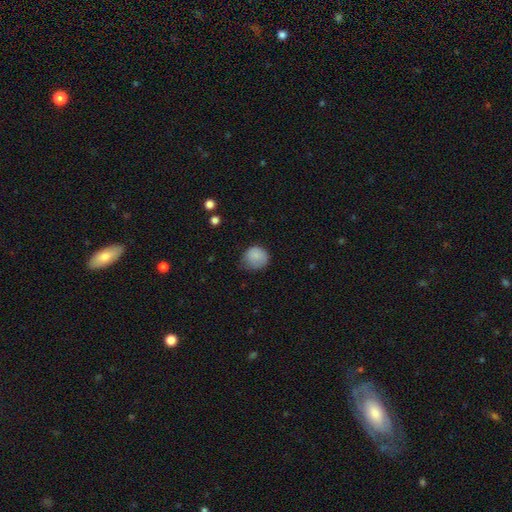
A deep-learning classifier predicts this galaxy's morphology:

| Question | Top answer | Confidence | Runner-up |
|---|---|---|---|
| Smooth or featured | smooth | 85% | star or artifact (8%) |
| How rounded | round | 81% | in between (18%) |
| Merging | none | 51% | minor disturbance (38%) |